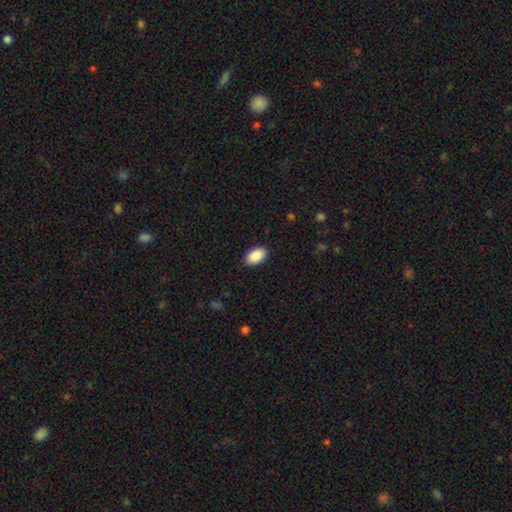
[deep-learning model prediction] smooth-or-featured: smooth: 91% | star or artifact: 6% | featured or disk: 3%
  how-rounded: in between: 93% | round: 5% | cigar-shaped: 1%
  merging: none: 89% | minor disturbance: 8% | major disturbance: 2% | merger: 1%